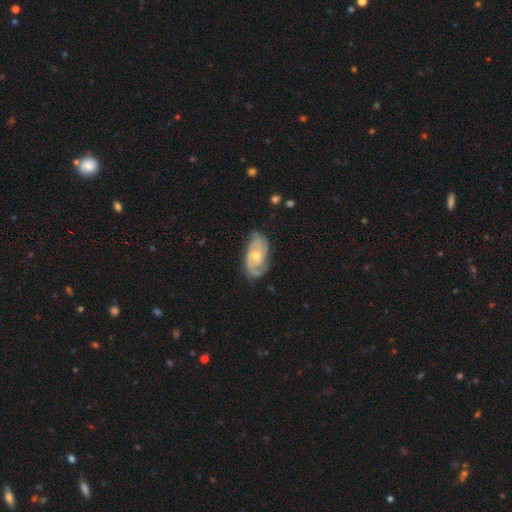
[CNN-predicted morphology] type=featured or disk (80%); edge-on=no (95%); bar=no (71%); spiral arms=yes (93%); winding=tight (57%); arm count=2 (53%); bulge=moderate (60%); merging=none (71%).